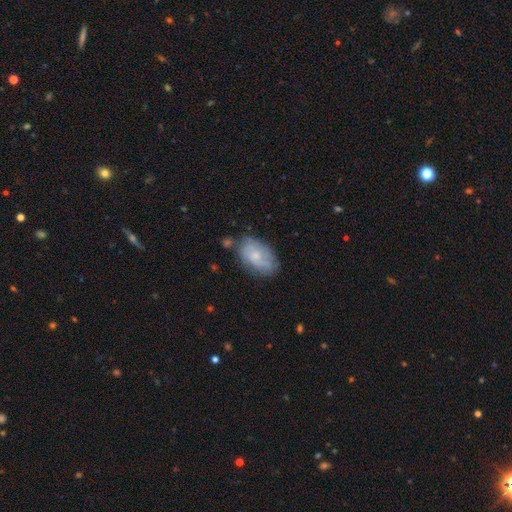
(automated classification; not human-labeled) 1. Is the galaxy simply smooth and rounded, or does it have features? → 54% smooth, 38% featured or disk, 7% star or artifact.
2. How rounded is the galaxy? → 91% in between, 7% round, 2% cigar-shaped.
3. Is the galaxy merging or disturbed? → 63% none, 25% minor disturbance, 7% major disturbance, 5% merger.